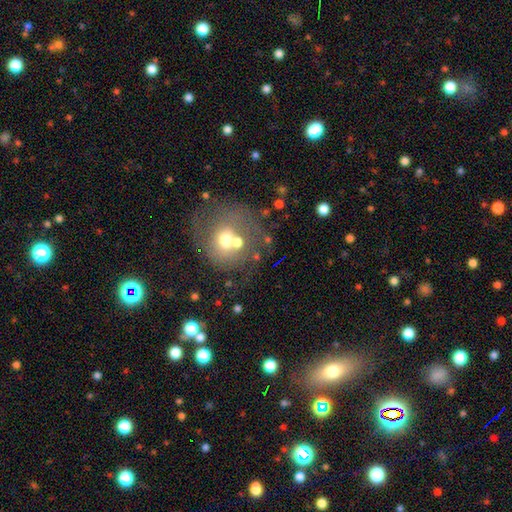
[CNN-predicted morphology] A smooth galaxy with no disk features (52%) that is round (82%).

Vote fractions:
- Smooth or featured? smooth: 52% / featured or disk: 28% / star or artifact: 19%
- How rounded? round: 82% / in between: 17% / cigar-shaped: 1%
- Merging? none: 44% / merger: 32% / minor disturbance: 13% / major disturbance: 11%